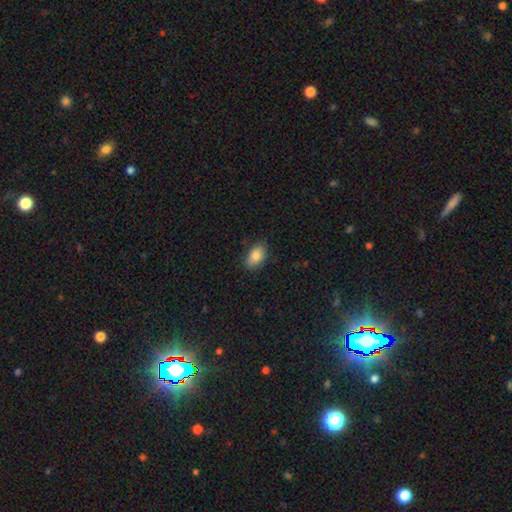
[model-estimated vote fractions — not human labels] Smooth or featured? Predicted: smooth (p=0.84). How rounded? Predicted: in between (p=0.89). Merging? Predicted: none (p=0.81).